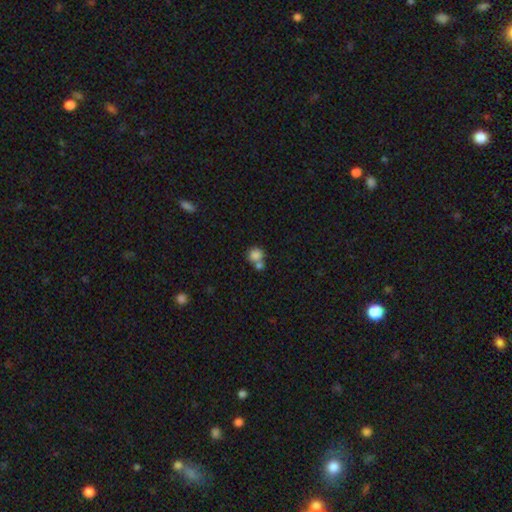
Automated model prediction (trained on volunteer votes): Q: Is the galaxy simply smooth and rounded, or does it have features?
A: smooth — 83%.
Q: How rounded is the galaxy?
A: round — 85%.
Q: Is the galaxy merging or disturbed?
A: none — 45%.